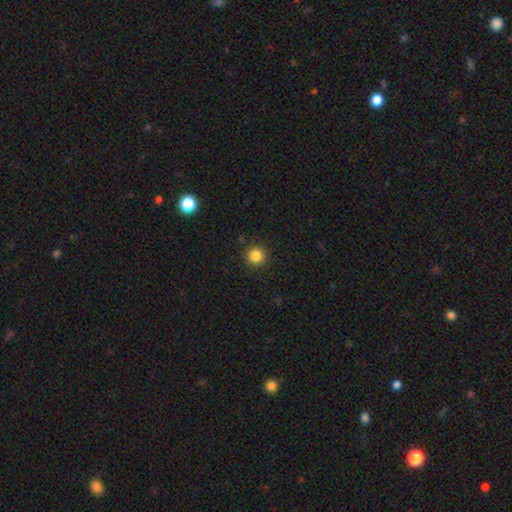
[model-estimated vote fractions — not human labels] Smooth or featured: smooth — 84% (star or artifact — 12%)
How rounded: round — 95% (in between — 4%)
Merging: none — 91% (minor disturbance — 6%)